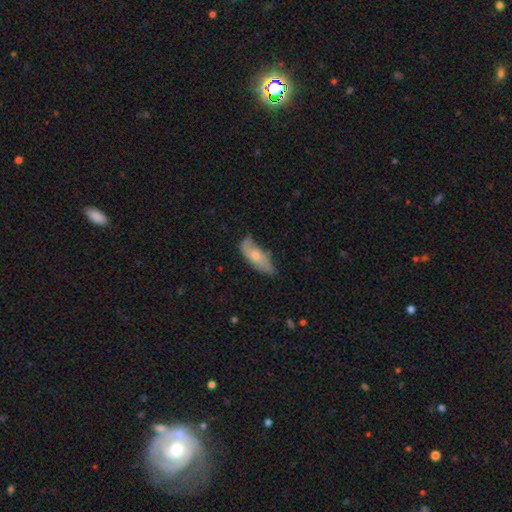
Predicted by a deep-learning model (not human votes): Smooth or featured? smooth (62%)
How rounded? in between (73%)
Merging? none (60%)